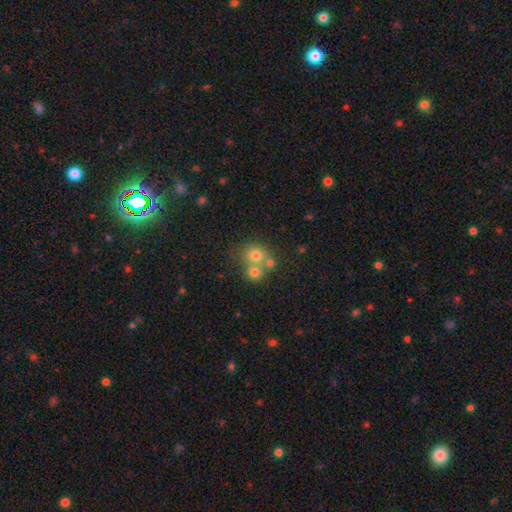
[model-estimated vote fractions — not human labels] Smooth or featured? Predicted: smooth (p=0.71). How rounded? Predicted: round (p=0.81). Merging? Predicted: merger (p=0.46).